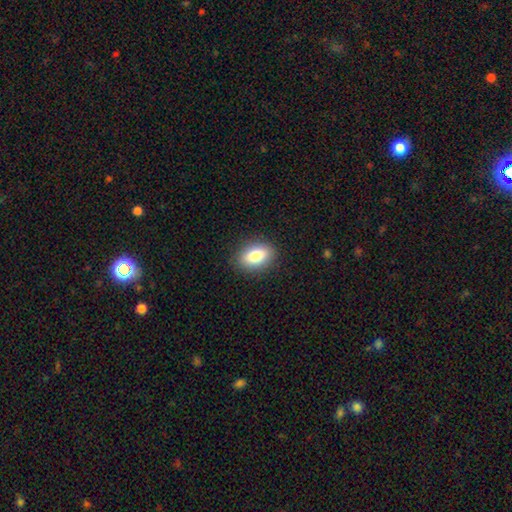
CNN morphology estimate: smooth-or-featured: smooth: 80% | featured or disk: 12% | star or artifact: 8%
  how-rounded: in between: 84% | round: 14% | cigar-shaped: 2%
  merging: none: 88% | minor disturbance: 9% | major disturbance: 2% | merger: 1%